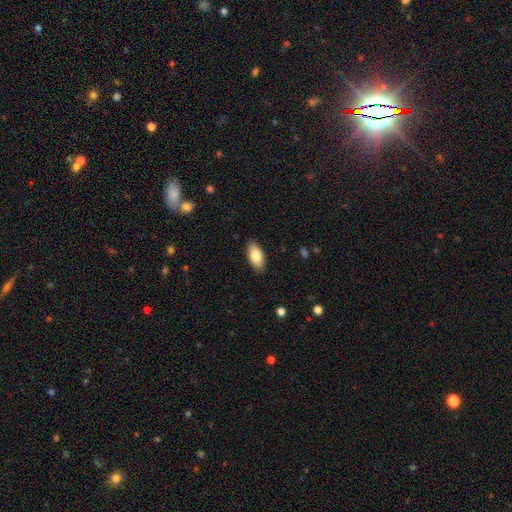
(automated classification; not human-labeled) A smooth galaxy with no disk features (83%) that is in between round and cigar-shaped (92%).

Vote fractions:
- Smooth or featured? smooth: 83% / featured or disk: 11% / star or artifact: 6%
- How rounded? in between: 92% / cigar-shaped: 6% / round: 2%
- Merging? none: 88% / minor disturbance: 9% / major disturbance: 2% / merger: 1%